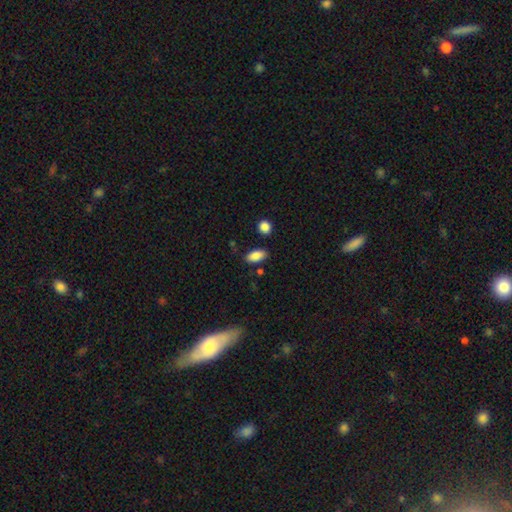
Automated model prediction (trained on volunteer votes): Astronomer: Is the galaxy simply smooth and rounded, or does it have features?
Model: smooth — 87%.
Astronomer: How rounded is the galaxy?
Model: in between — 91%.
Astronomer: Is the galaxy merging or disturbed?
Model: none — 82%.